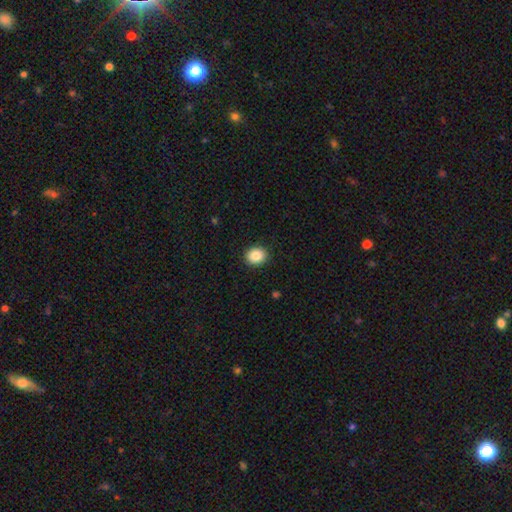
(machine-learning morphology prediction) Smooth or featured: smooth — 86% (star or artifact — 9%)
How rounded: round — 72% (in between — 27%)
Merging: none — 91% (minor disturbance — 6%)